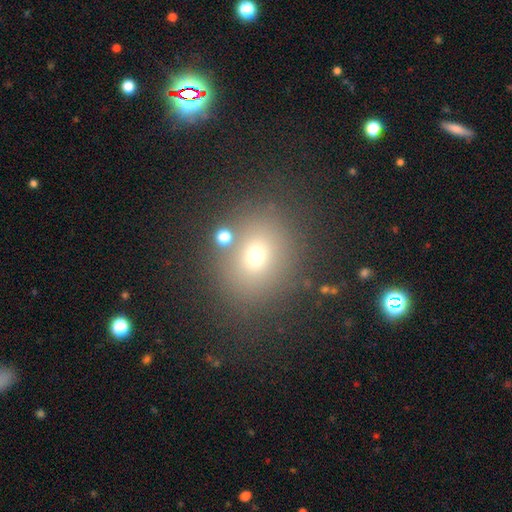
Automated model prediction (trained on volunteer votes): Smooth or featured? smooth (67%)
How rounded? round (69%)
Merging? none (80%)